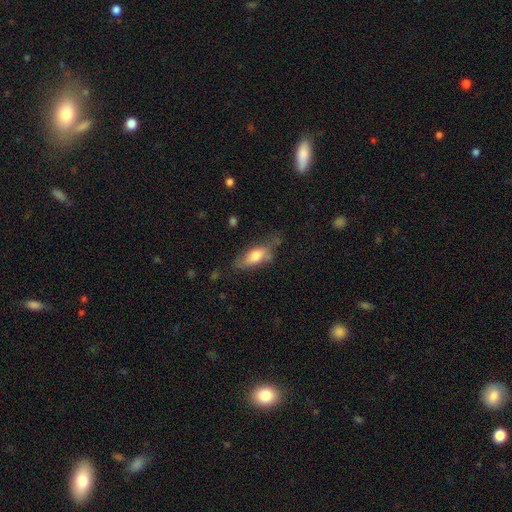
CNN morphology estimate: type=smooth (68%); roundness=in between (74%); merging=none (53%).